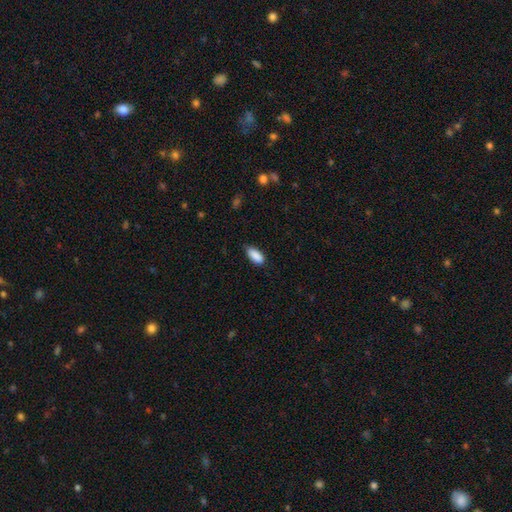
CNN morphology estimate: A smooth galaxy with no disk features (90%) that is in between round and cigar-shaped (88%). Merging: none (77%).